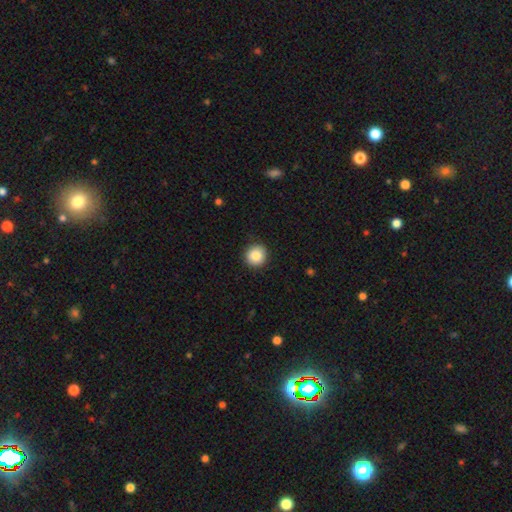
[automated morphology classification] Smooth or featured: smooth — 86% (star or artifact — 9%)
How rounded: round — 93% (in between — 6%)
Merging: none — 90% (minor disturbance — 7%)